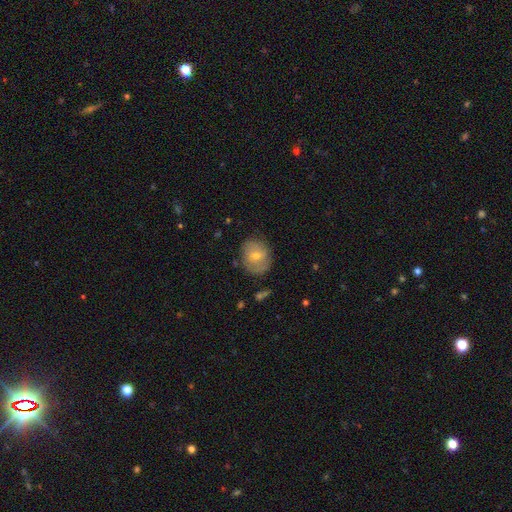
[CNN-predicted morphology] Overall: featured or disk (47%; smooth 44%). Merging: none (74%).